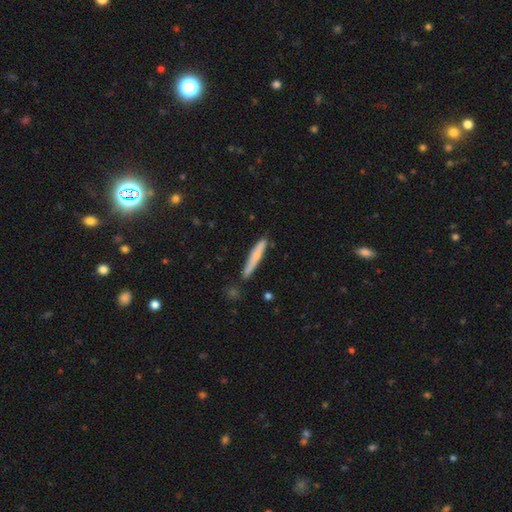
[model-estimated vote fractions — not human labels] A smooth galaxy with no disk features (67%) that is cigar-shaped (95%).

Vote fractions:
- Smooth or featured? smooth: 67% / featured or disk: 27% / star or artifact: 6%
- How rounded? cigar-shaped: 95% / in between: 4% / round: 1%
- Merging? none: 80% / minor disturbance: 14% / merger: 3% / major disturbance: 2%